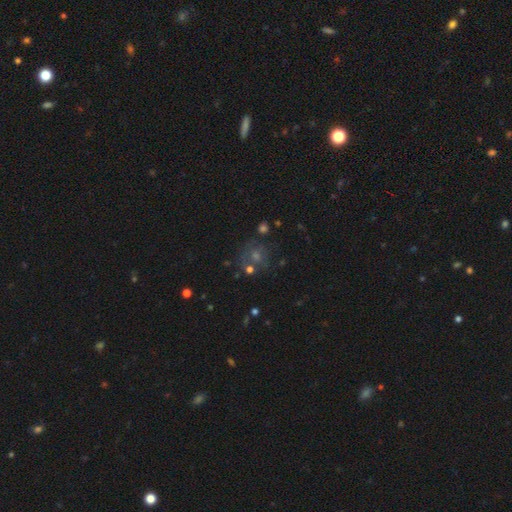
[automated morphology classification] Overall: smooth (39%; star or artifact 37%). Merging: none (65%).